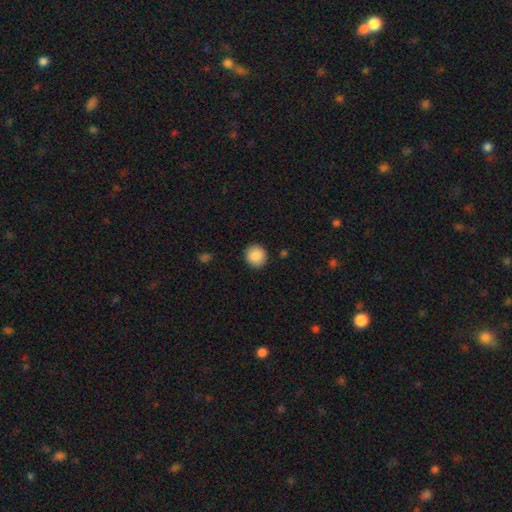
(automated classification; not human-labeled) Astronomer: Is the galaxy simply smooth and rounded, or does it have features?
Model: smooth — 89%.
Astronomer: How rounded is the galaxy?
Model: round — 87%.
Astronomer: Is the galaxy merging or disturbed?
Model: none — 90%.